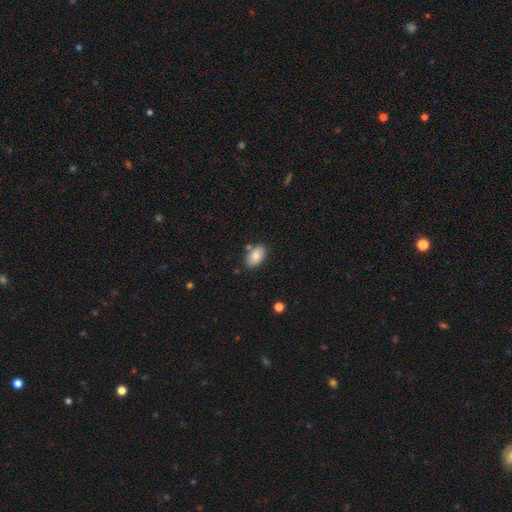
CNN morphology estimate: This appears to be a smooth galaxy with no disk features (84%) that is in between round and cigar-shaped (92%). Merging: none (78%).